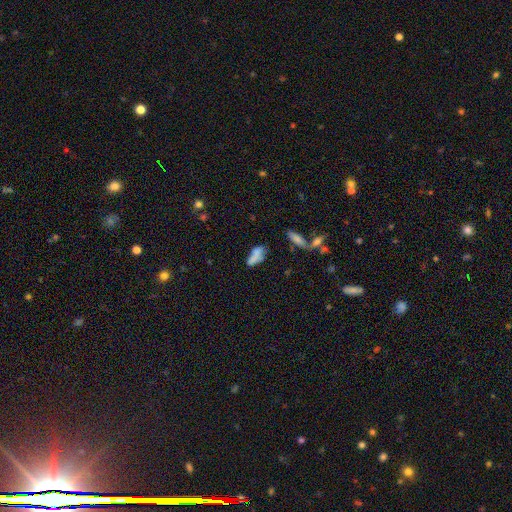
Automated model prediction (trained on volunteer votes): Smooth or featured? Predicted: smooth (p=0.69). How rounded? Predicted: in between (p=0.79). Merging? Predicted: none (p=0.37).